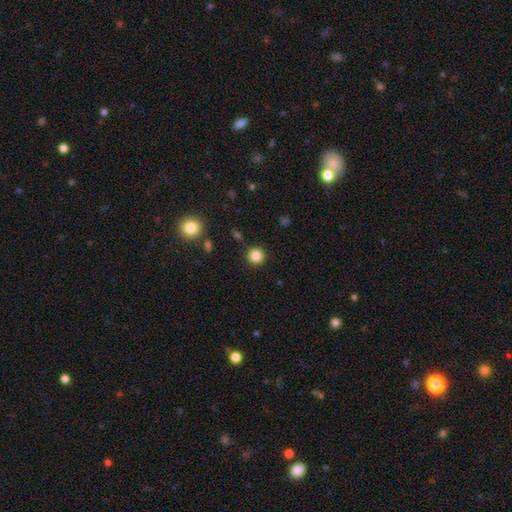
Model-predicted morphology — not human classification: Q: Smooth or featured?
A: smooth (85%); runner-up: star or artifact (11%)
Q: How rounded?
A: round (95%); runner-up: in between (4%)
Q: Merging?
A: none (90%); runner-up: minor disturbance (6%)